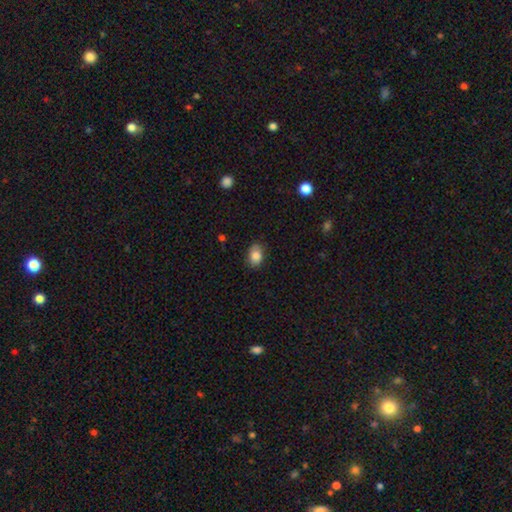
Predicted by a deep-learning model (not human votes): Smooth or featured?
  - smooth: 85% *
  - star or artifact: 8%
  - featured or disk: 7%
How rounded?
  - in between: 79% *
  - round: 19%
  - cigar-shaped: 1%
Merging?
  - none: 81% *
  - minor disturbance: 16%
  - major disturbance: 3%
  - merger: 1%